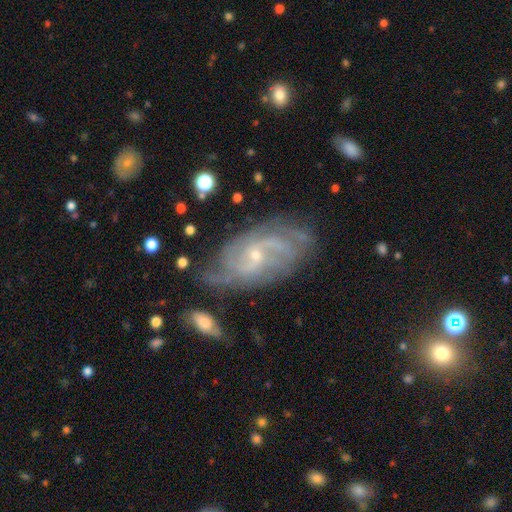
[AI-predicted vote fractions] Smooth or featured? Predicted: featured or disk (p=0.85). Edge-on disk? Predicted: no (p=0.95). Bar? Predicted: no (p=0.52). Spiral arms? Predicted: yes (p=0.95). Spiral winding? Predicted: medium (p=0.43). Spiral arm count? Predicted: 2 (p=0.37). Bulge size? Predicted: small (p=0.79). Merging? Predicted: none (p=0.65).